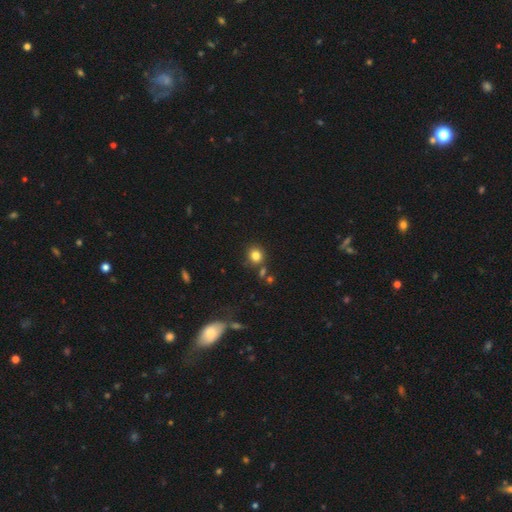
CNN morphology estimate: Q: Smooth or featured?
A: smooth (81%); runner-up: star or artifact (13%)
Q: How rounded?
A: round (85%); runner-up: in between (14%)
Q: Merging?
A: none (79%); runner-up: minor disturbance (10%)